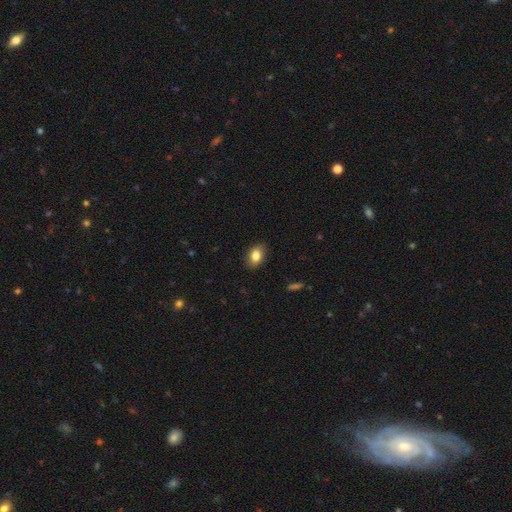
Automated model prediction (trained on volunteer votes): The model was most divided on "how rounded": in between: 83%, round: 16%, cigar-shaped: 1%. More confident: merging — none (87%); smooth or featured — smooth (83%).